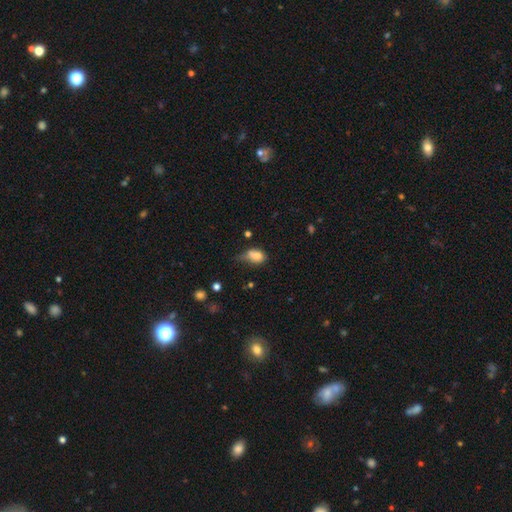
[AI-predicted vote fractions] This appears to be a smooth galaxy with no disk features (78%) that is in between round and cigar-shaped (75%). Merging: minor disturbance (40%).